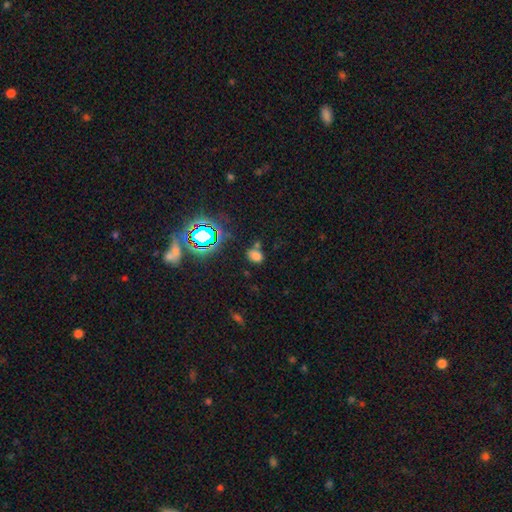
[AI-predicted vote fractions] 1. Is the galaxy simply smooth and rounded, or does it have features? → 64% smooth, 27% star or artifact, 8% featured or disk.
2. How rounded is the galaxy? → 56% in between, 43% round, 2% cigar-shaped.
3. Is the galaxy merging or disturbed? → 62% none, 18% merger, 15% minor disturbance, 6% major disturbance.